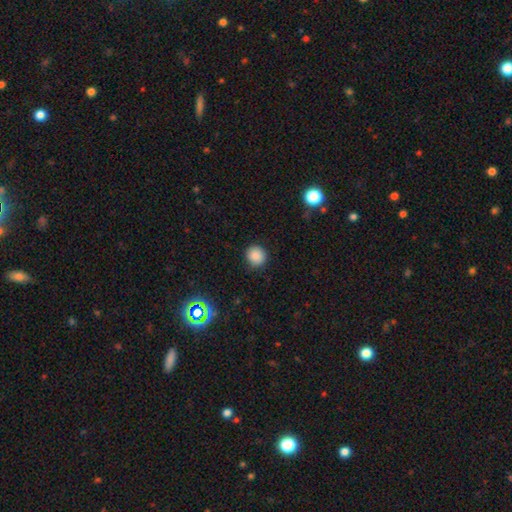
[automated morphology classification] This appears to be a smooth galaxy with no disk features (85%) that is round (91%). Merging: none (89%).